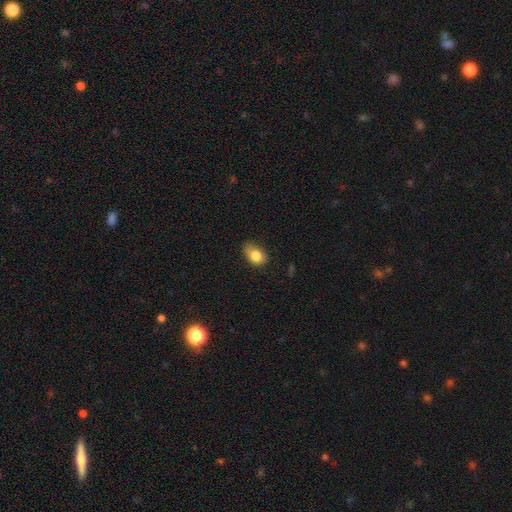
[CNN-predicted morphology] Smooth or featured?
  - smooth: 81% *
  - featured or disk: 10%
  - star or artifact: 9%
How rounded?
  - in between: 79% *
  - round: 20%
  - cigar-shaped: 1%
Merging?
  - none: 56% *
  - minor disturbance: 34%
  - major disturbance: 8%
  - merger: 2%